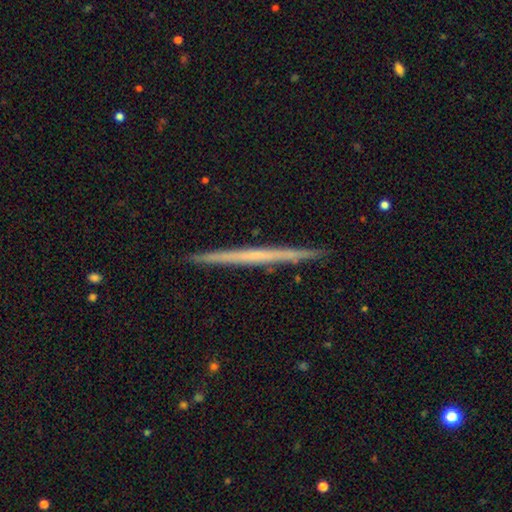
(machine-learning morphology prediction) This is possibly a featured or disk galaxy (59%). It is clearly viewed edge-on (98%). Edge-on bulge: clearly none (91%). Merging: clearly none (93%).